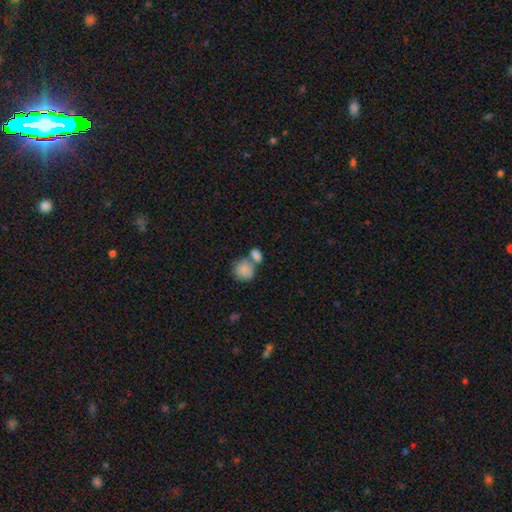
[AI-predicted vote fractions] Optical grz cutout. It shows a smooth galaxy with no disk features (83%) that is in between round and cigar-shaped (51%). Merging: merger (54%).